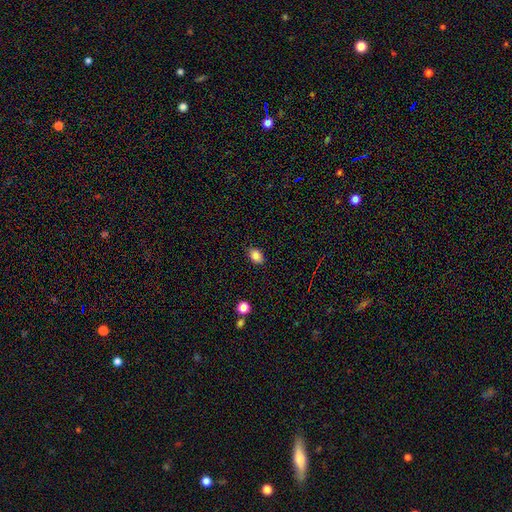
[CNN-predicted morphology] This appears to be a smooth galaxy with no disk features (85%) that is in between round and cigar-shaped (74%). Merging: none (85%).